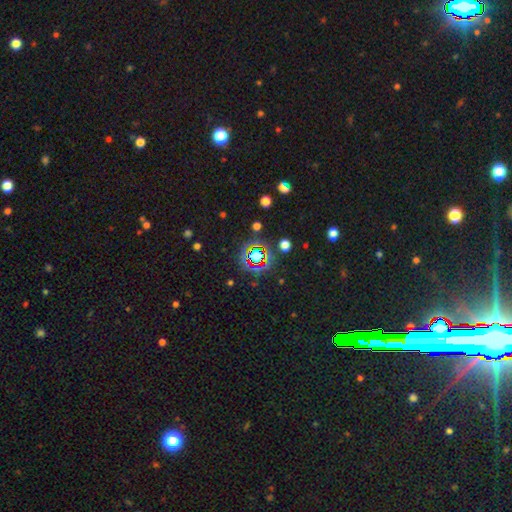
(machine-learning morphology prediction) star or artifact 64%, smooth 24%, featured or disk 12%.